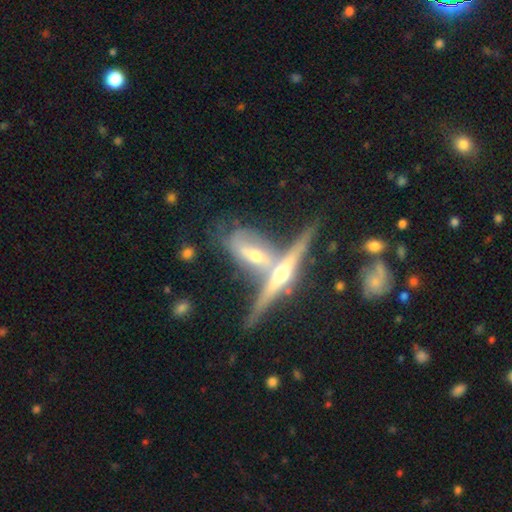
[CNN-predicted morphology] Overall: featured or disk (80%). Edge-on disk: yes (90%). Edge-on bulge: rounded (91%). Merging: none (43%; merger 42%).